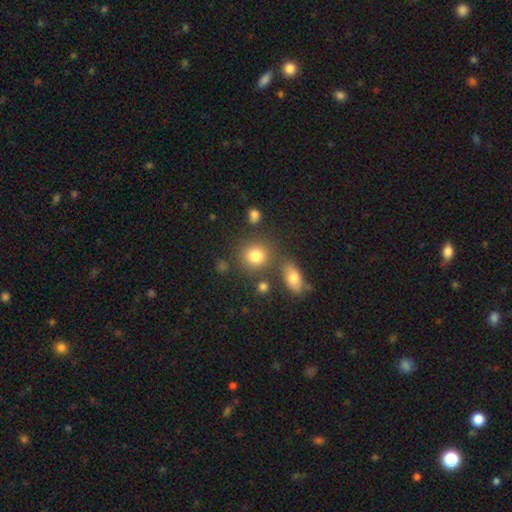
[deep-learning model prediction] Smooth or featured? Predicted: smooth (p=0.81). How rounded? Predicted: round (p=0.83). Merging? Predicted: none (p=0.74).